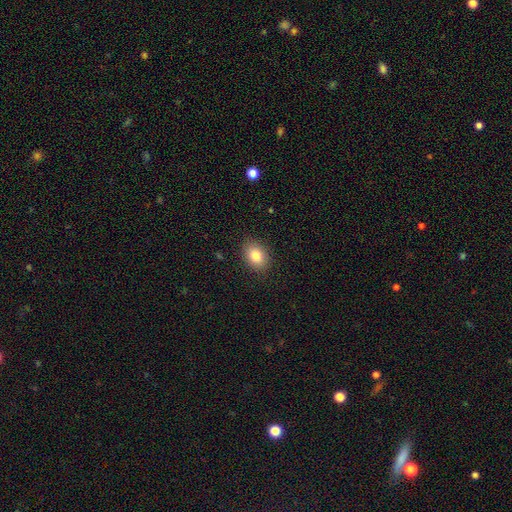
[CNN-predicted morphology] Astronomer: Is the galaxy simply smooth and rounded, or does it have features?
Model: smooth — 83%.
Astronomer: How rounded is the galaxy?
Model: in between — 72%.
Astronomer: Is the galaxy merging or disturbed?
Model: none — 88%.